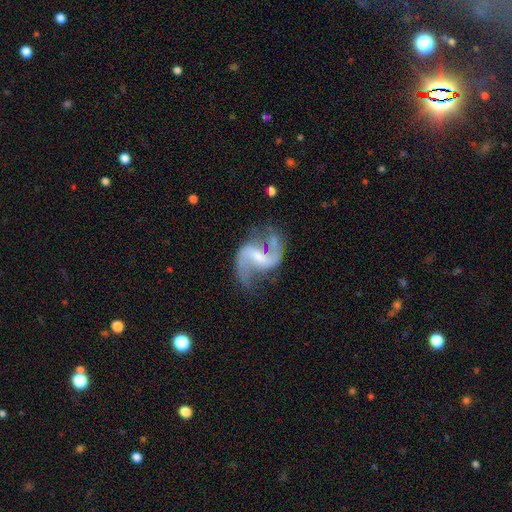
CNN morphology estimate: The model was most divided on "bar": weak: 45%, strong: 41%, no: 14%. Remaining: edge-on disk — no (98%); spiral arms — yes (97%); spiral arm count — 2 (93%); smooth or featured — featured or disk (90%); merging — none (68%); spiral winding — loose (60%); bulge size — small (40%).